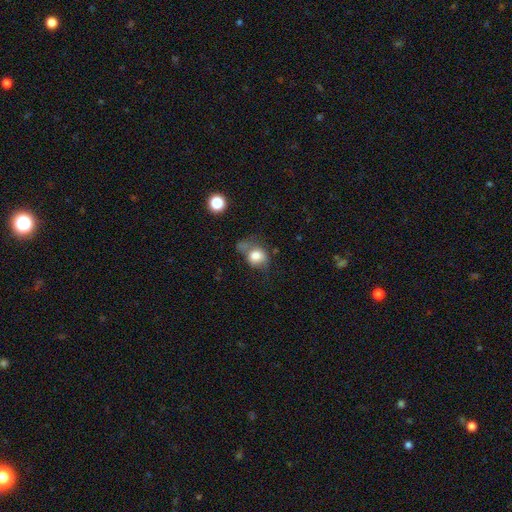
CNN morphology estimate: A smooth galaxy with no disk features (73%) that is round (58%).

Vote fractions:
- Smooth or featured? smooth: 73% / featured or disk: 17% / star or artifact: 10%
- How rounded? round: 58% / in between: 41% / cigar-shaped: 1%
- Merging? none: 35% / minor disturbance: 27% / major disturbance: 24% / merger: 14%